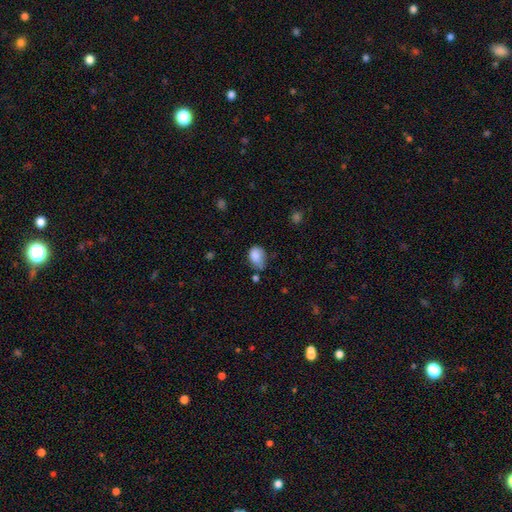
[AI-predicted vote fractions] Smooth or featured: smooth — 84% (star or artifact — 9%)
How rounded: in between — 75% (round — 24%)
Merging: minor disturbance — 41% (none — 40%)